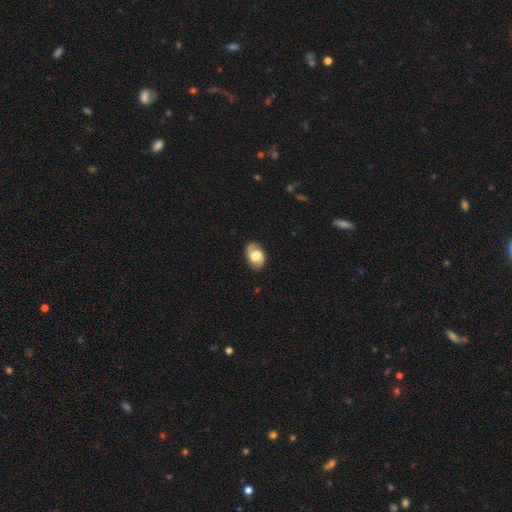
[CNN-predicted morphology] Smooth or featured? smooth (47%)
Merging? none (83%)